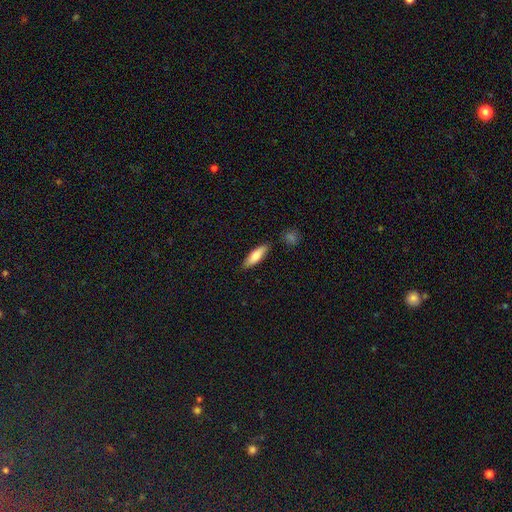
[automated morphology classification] Overall: smooth (79%). How rounded: cigar-shaped (51%; in between 47%). Merging: none (83%).